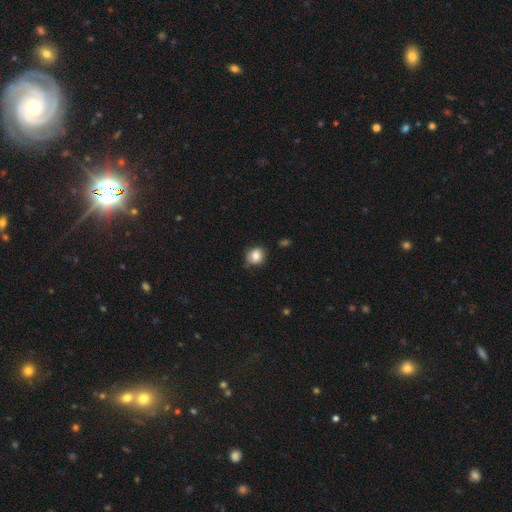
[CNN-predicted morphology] Q: Smooth or featured?
A: smooth (82%); runner-up: star or artifact (10%)
Q: How rounded?
A: round (81%); runner-up: in between (18%)
Q: Merging?
A: none (76%); runner-up: minor disturbance (19%)